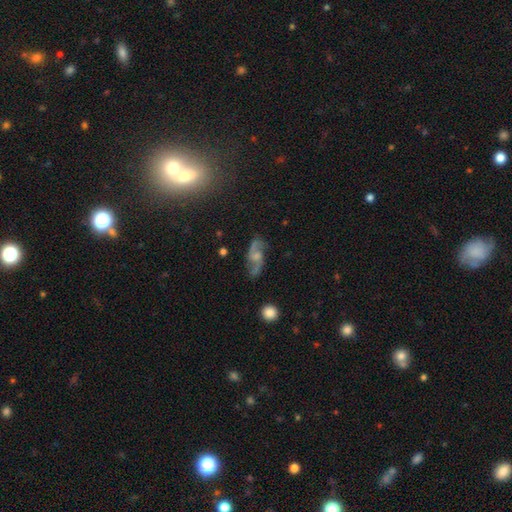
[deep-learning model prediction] Q: Smooth or featured?
A: featured or disk (80%); runner-up: smooth (12%)
Q: Edge-on disk?
A: no (95%); runner-up: yes (5%)
Q: Bar?
A: no (51%); runner-up: weak (40%)
Q: Spiral arms?
A: yes (95%); runner-up: no (5%)
Q: Spiral winding?
A: loose (65%); runner-up: medium (28%)
Q: Spiral arm count?
A: 2 (92%); runner-up: can't tell (3%)
Q: Bulge size?
A: small (40%); runner-up: moderate (32%)
Q: Merging?
A: none (75%); runner-up: minor disturbance (16%)